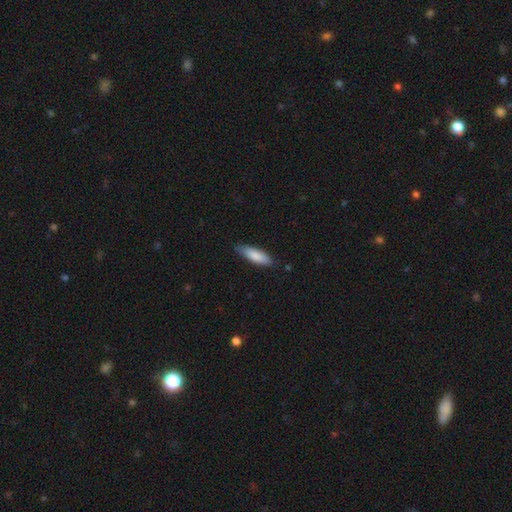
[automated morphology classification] The model was most divided on "how rounded": in between: 50%, cigar-shaped: 48%, round: 1%. More confident: smooth or featured — smooth (84%); merging — none (82%).